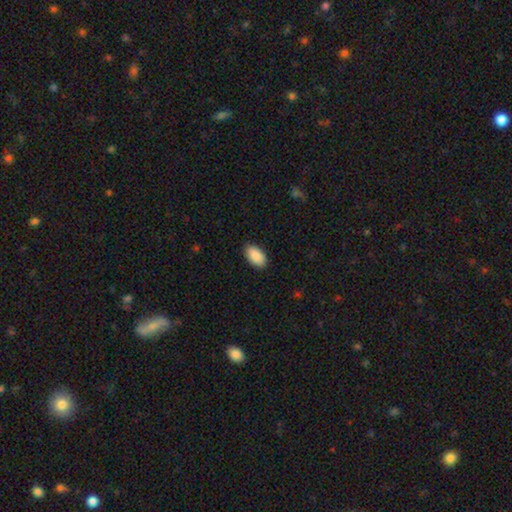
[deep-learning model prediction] A smooth galaxy with no disk features (90%) that is in between round and cigar-shaped (95%). Merging: none (88%).